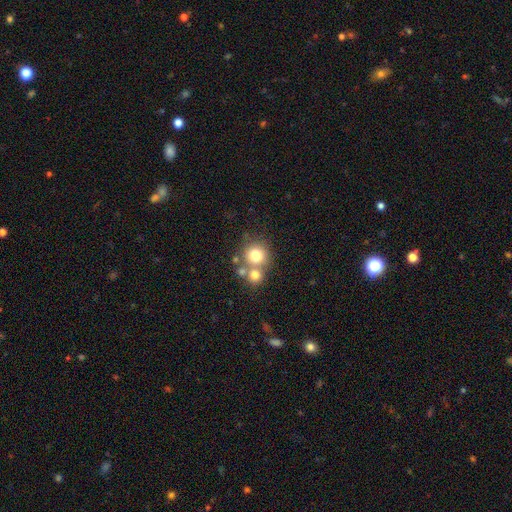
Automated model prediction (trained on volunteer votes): The model was most divided on "merging": none: 51%, merger: 37%, minor disturbance: 7%, major disturbance: 4%. More confident: how rounded — round (90%); smooth or featured — smooth (73%).